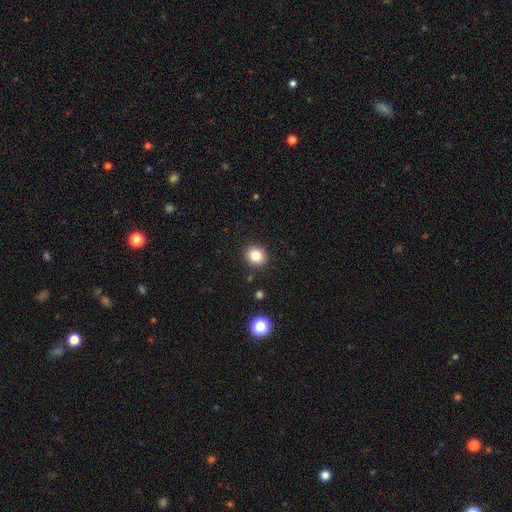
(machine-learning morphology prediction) Smooth or featured? smooth (82%)
How rounded? round (72%)
Merging? none (89%)